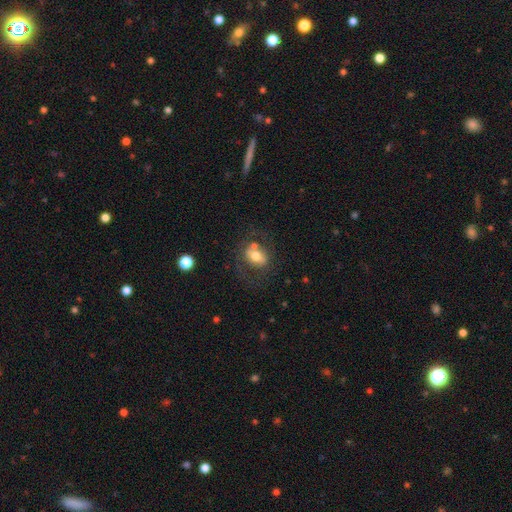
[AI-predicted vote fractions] Smooth or featured? Predicted: smooth (p=0.53). How rounded? Predicted: in between (p=0.57). Merging? Predicted: none (p=0.53).